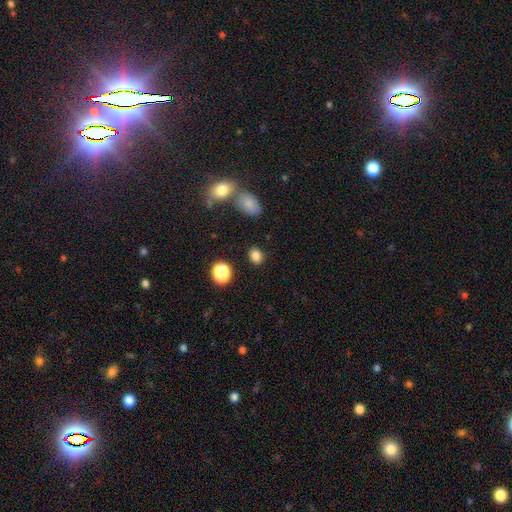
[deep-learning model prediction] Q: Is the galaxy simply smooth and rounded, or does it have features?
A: smooth — 83%.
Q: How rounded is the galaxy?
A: in between — 52%.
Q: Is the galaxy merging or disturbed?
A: none — 85%.